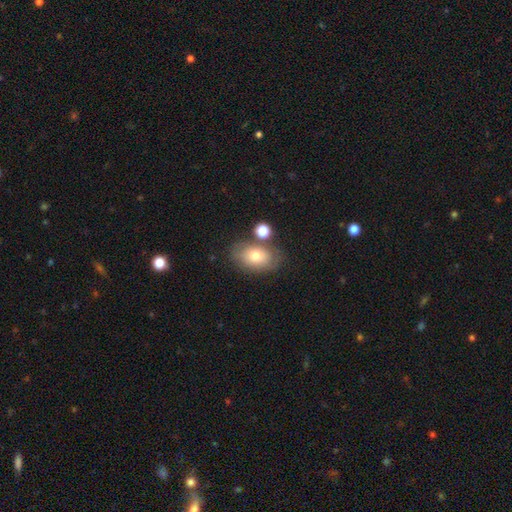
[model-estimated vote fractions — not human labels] This is likely a smooth galaxy (70%). How rounded: clearly in between (84%). Merging: likely none (64%).